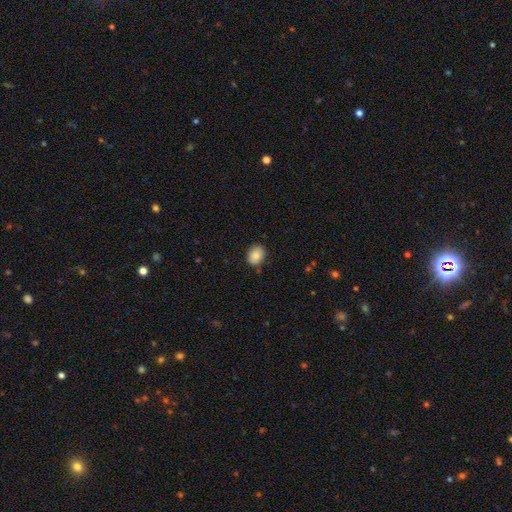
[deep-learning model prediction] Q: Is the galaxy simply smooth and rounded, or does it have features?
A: smooth — 86%.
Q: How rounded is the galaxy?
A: in between — 53%.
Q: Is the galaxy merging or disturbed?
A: none — 82%.